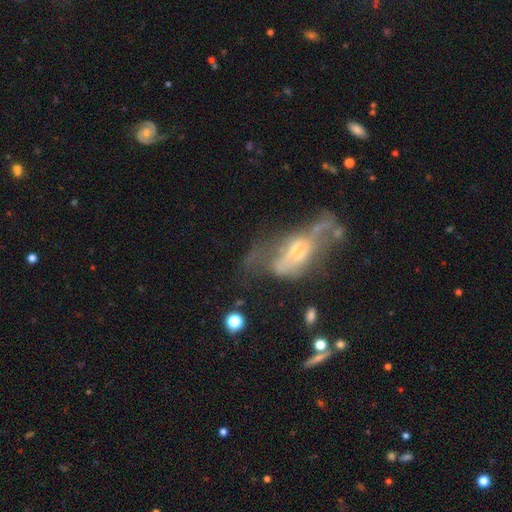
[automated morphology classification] smooth-or-featured: featured or disk: 64% | smooth: 23% | star or artifact: 14%
  disk-edge-on: no: 79% | yes: 21%
    bar: no: 67% | weak: 24% | strong: 9%
    has-spiral-arms: no: 61% | yes: 39%
    bulge-size: moderate: 42% | small: 37% | none: 11% | large: 8% | dominant: 2%
  merging: major disturbance: 39% | none: 30% | minor disturbance: 20% | merger: 12%